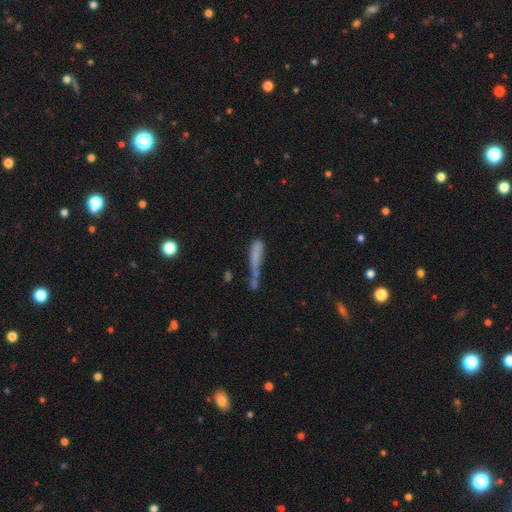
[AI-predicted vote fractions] Smooth or featured?
  - smooth: 63% *
  - featured or disk: 24%
  - star or artifact: 13%
How rounded?
  - cigar-shaped: 82% *
  - in between: 15%
  - round: 3%
Merging?
  - none: 32% *
  - merger: 30%
  - major disturbance: 19%
  - minor disturbance: 19%